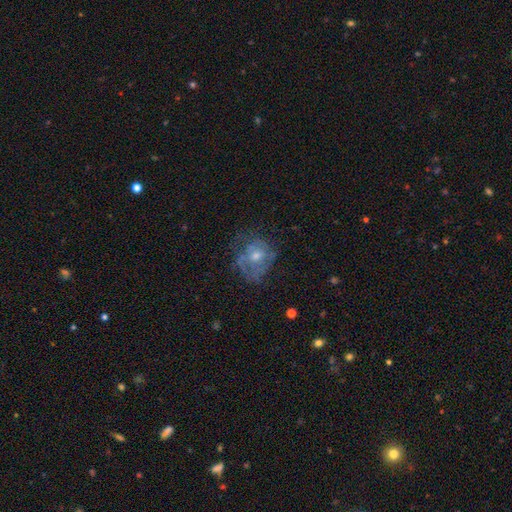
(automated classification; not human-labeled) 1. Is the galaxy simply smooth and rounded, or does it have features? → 62% featured or disk, 27% smooth, 12% star or artifact.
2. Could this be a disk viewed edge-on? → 97% no, 3% yes.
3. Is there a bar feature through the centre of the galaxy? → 77% no, 20% weak, 3% strong.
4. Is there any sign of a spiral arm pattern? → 57% yes, 43% no.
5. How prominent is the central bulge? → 56% moderate, 36% small, 4% large, 3% none, 1% dominant.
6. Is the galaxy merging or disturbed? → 56% none, 22% minor disturbance, 19% major disturbance, 2% merger.